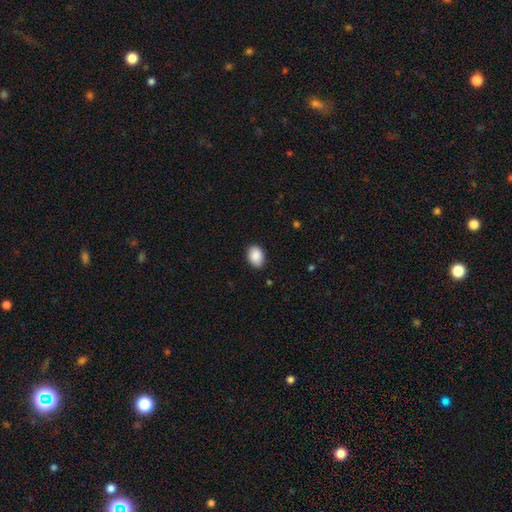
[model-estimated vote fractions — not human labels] Smooth or featured? smooth (90%)
How rounded? in between (78%)
Merging? none (85%)